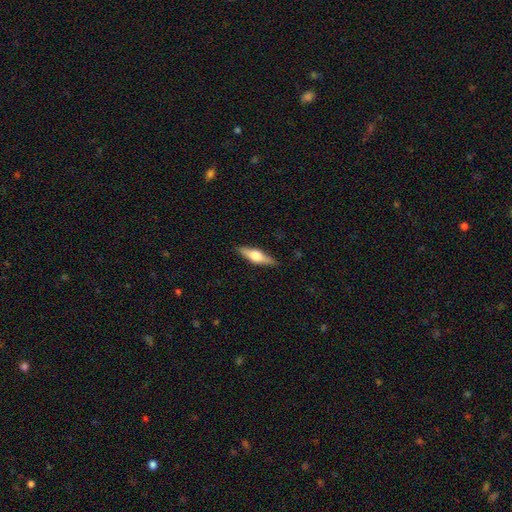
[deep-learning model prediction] featured or disk 54%, smooth 40%, star or artifact 6%. Down the decision tree: edge-on disk — yes (95%); edge-on bulge — rounded (92%); merging — none (89%).